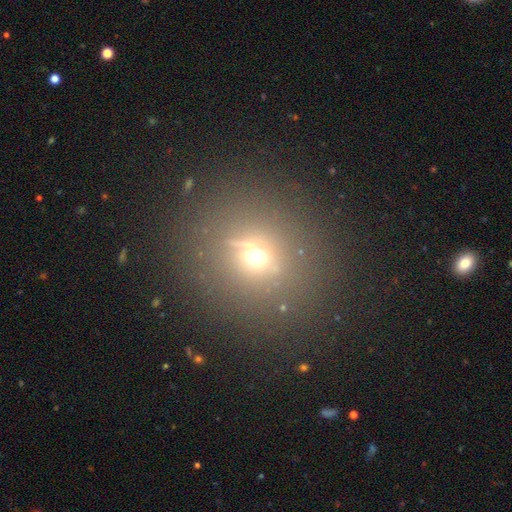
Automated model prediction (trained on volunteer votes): The model was most divided on "smooth or featured": smooth: 53%, star or artifact: 29%, featured or disk: 18%. More confident: how rounded — round (86%); merging — none (80%).